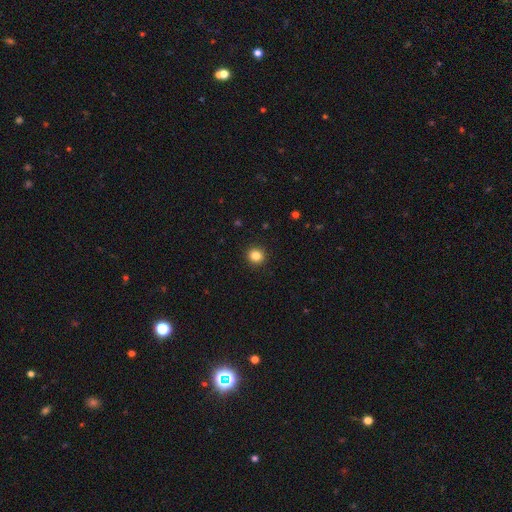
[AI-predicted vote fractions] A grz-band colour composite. It shows a smooth galaxy with no disk features (84%) that is round (89%). Merging: none (92%).